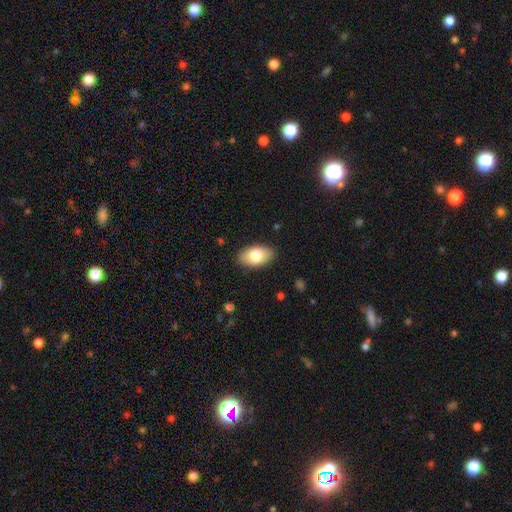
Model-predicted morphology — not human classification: Q: Smooth or featured?
A: smooth (77%); runner-up: featured or disk (17%)
Q: How rounded?
A: in between (93%); runner-up: round (5%)
Q: Merging?
A: none (86%); runner-up: minor disturbance (10%)